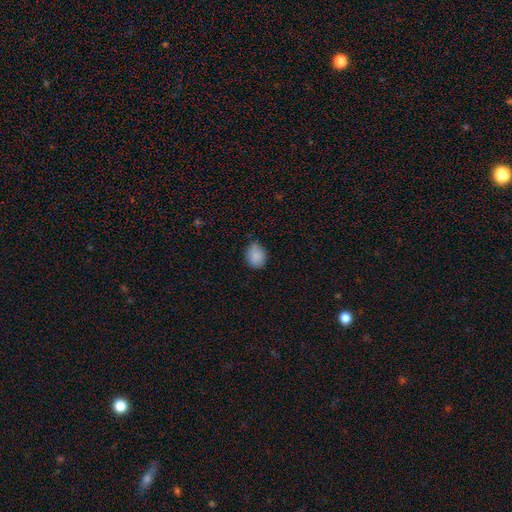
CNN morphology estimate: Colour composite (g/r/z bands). It shows a smooth galaxy with no disk features (88%) that is round (53%). Merging: none (74%).